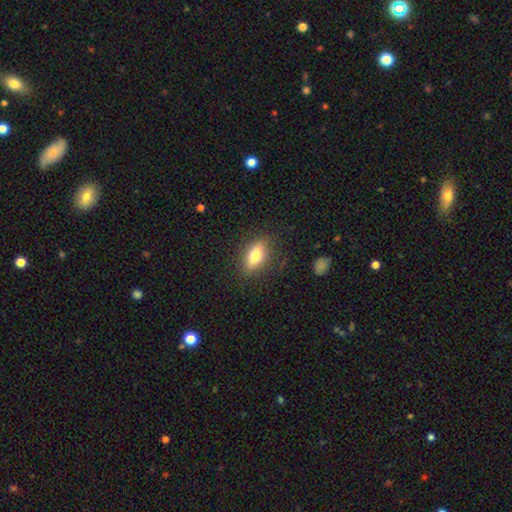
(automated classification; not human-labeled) Smooth or featured: smooth — 66% (featured or disk — 25%)
How rounded: in between — 73% (cigar-shaped — 19%)
Merging: none — 84% (minor disturbance — 12%)